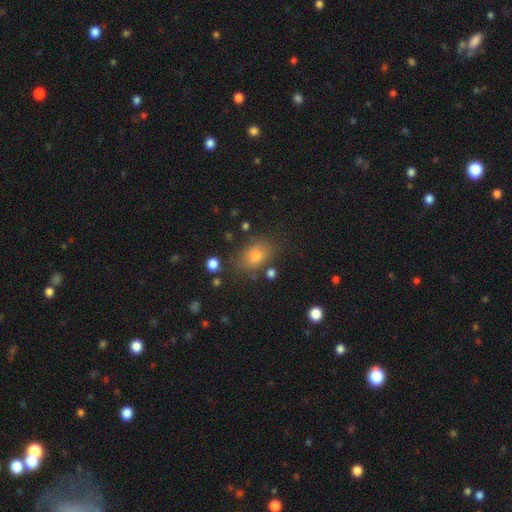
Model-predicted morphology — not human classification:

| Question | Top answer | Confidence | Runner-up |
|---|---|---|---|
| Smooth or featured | smooth | 75% | star or artifact (14%) |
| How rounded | in between | 74% | round (24%) |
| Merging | none | 76% | minor disturbance (14%) |